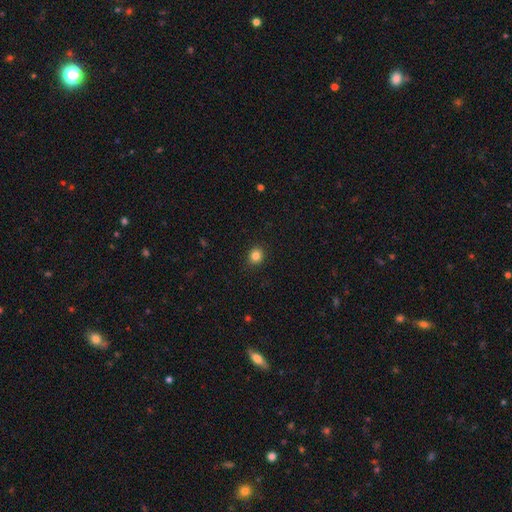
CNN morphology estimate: The model was most divided on "how rounded": round: 78%, in between: 21%, cigar-shaped: 1%. More confident: merging — none (90%); smooth or featured — smooth (84%).